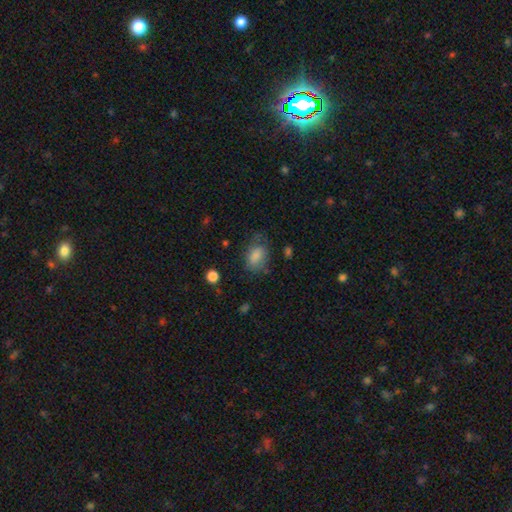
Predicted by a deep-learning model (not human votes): A smooth galaxy with no disk features (79%) that is in between round and cigar-shaped (78%).

Vote fractions:
- Smooth or featured? smooth: 79% / featured or disk: 11% / star or artifact: 10%
- How rounded? in between: 78% / round: 20% / cigar-shaped: 2%
- Merging? none: 61% / minor disturbance: 25% / major disturbance: 12% / merger: 2%